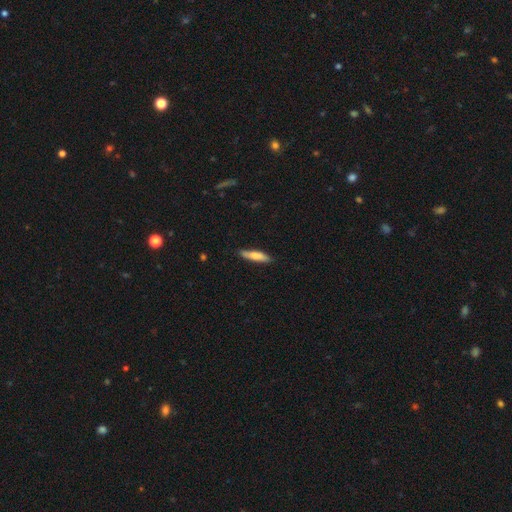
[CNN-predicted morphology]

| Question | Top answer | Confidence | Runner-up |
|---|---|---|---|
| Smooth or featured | smooth | 73% | featured or disk (22%) |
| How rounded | cigar-shaped | 79% | in between (19%) |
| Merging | none | 85% | minor disturbance (12%) |